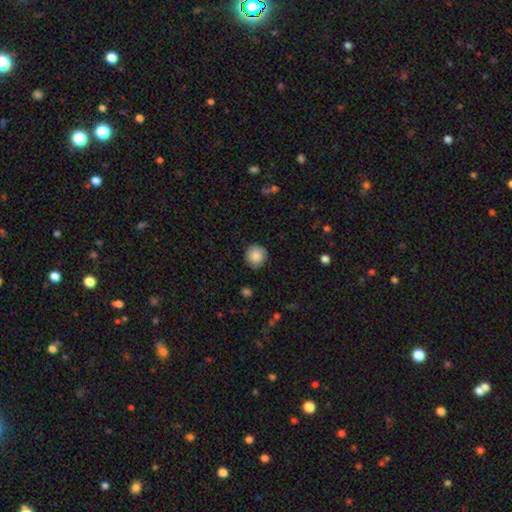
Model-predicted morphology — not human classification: A smooth galaxy with no disk features (87%) that is round (93%).

Vote fractions:
- Smooth or featured? smooth: 87% / star or artifact: 8% / featured or disk: 5%
- How rounded? round: 93% / in between: 6% / cigar-shaped: 1%
- Merging? none: 87% / minor disturbance: 10% / major disturbance: 2% / merger: 1%